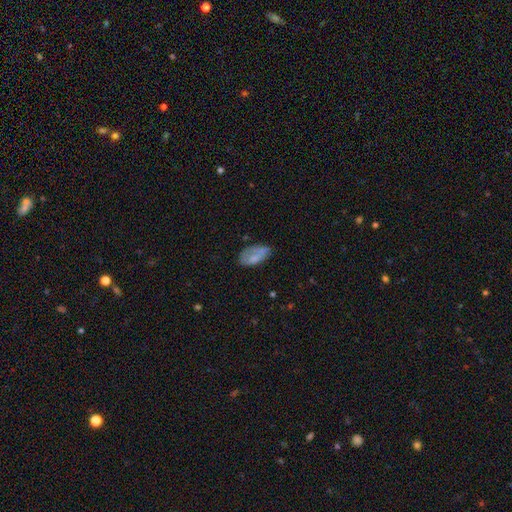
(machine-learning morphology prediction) Overall: smooth (67%). How rounded: in between (92%). Merging: none (51%; minor disturbance 31%).